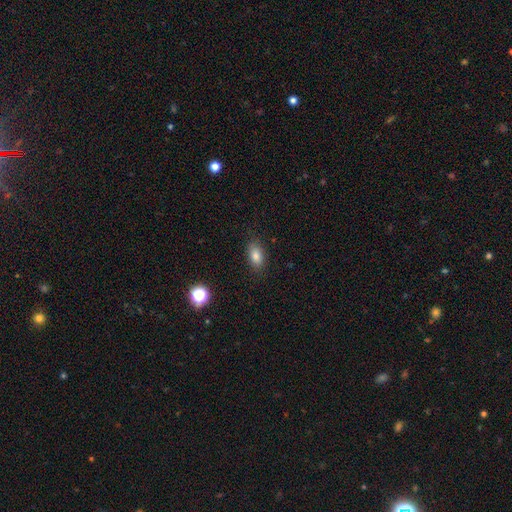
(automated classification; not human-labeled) Overall: smooth (83%). How rounded: in between (87%). Merging: none (85%).